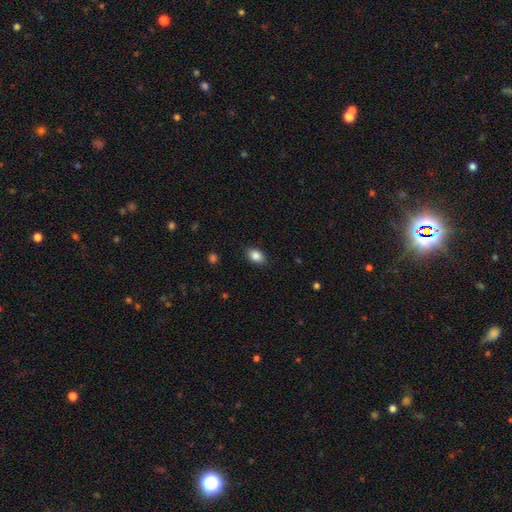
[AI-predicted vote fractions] smooth 86%, star or artifact 8%, featured or disk 6%. Down the decision tree: how rounded — in between (84%); merging — none (86%).